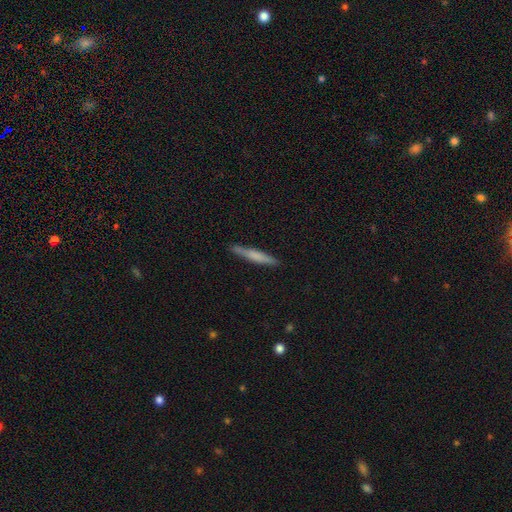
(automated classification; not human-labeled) Smooth or featured? Predicted: smooth (p=0.59). How rounded? Predicted: cigar-shaped (p=0.95). Merging? Predicted: none (p=0.87).